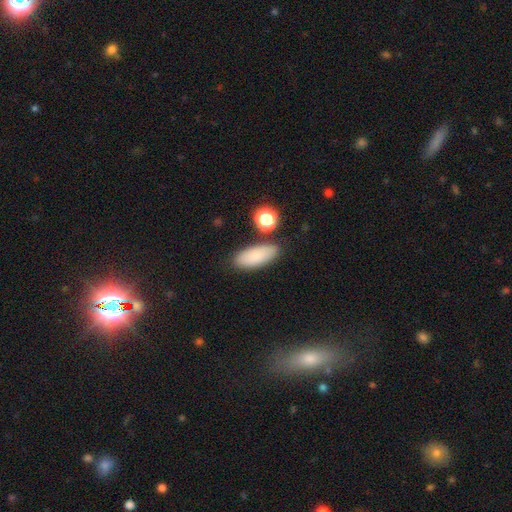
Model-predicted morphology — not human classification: smooth 83%, featured or disk 9%, star or artifact 8%. Down the decision tree: how rounded — in between (79%); merging — none (80%).